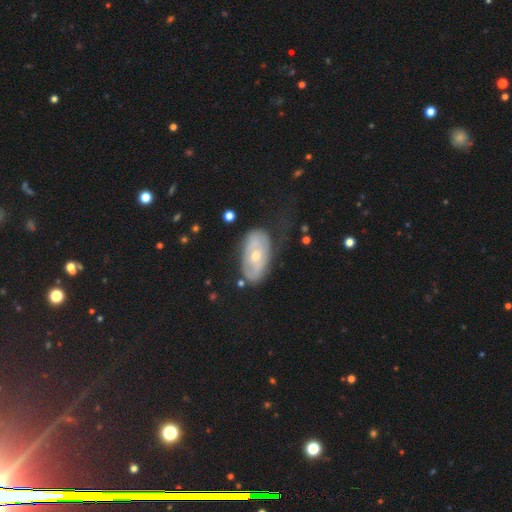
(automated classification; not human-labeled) Overall: featured or disk (60%; smooth 33%). Edge-on disk: no (89%). Bar: no (72%). Spiral arms: no (56%; yes 44%). Bulge size: moderate (51%; small 45%). Merging: none (59%; minor disturbance 24%).